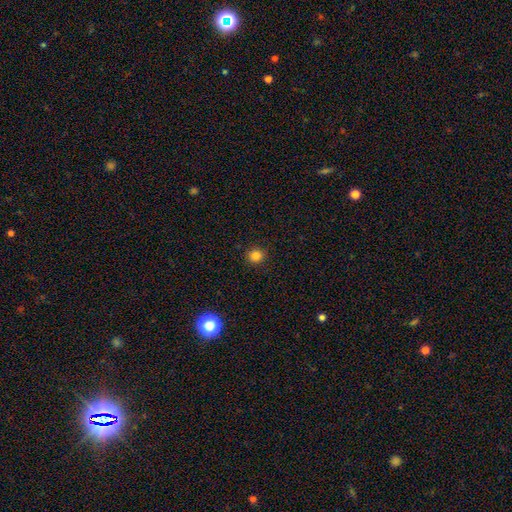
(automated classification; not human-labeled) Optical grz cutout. It shows a smooth galaxy with no disk features (82%) that is round (90%). Merging: none (91%).